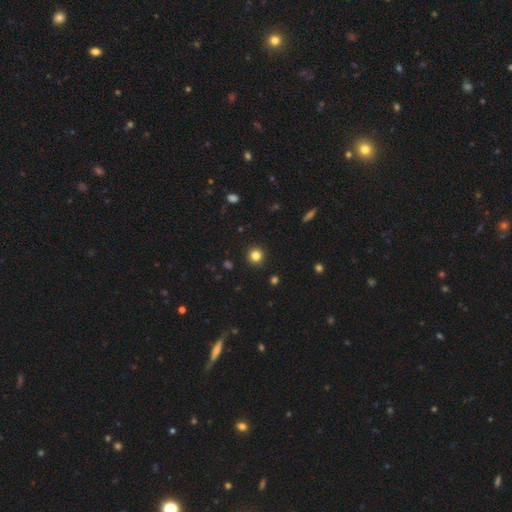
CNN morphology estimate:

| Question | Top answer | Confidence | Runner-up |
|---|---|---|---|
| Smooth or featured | smooth | 82% | star or artifact (13%) |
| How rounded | round | 94% | in between (5%) |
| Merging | none | 92% | minor disturbance (5%) |